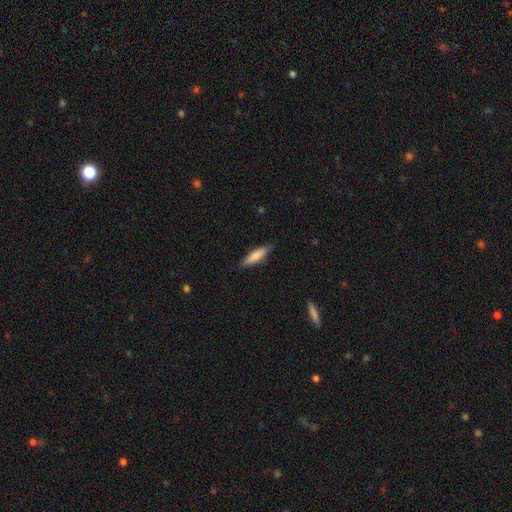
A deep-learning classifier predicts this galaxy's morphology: A smooth galaxy with no disk features (71%) that is cigar-shaped (75%). Merging: none (87%).